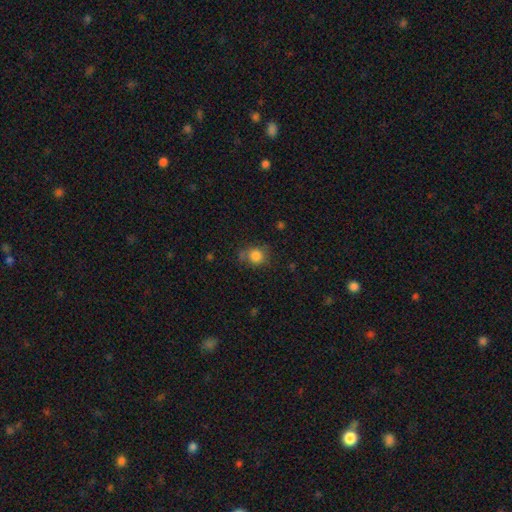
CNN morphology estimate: The model was most divided on "merging": none: 62%, minor disturbance: 24%, major disturbance: 8%, merger: 5%. More confident: smooth or featured — smooth (82%); how rounded — round (78%).